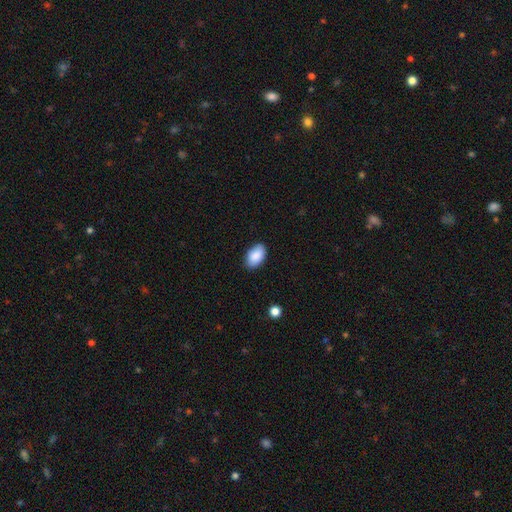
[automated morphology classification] A smooth galaxy with no disk features (89%) that is in between round and cigar-shaped (93%). Merging: none (84%).